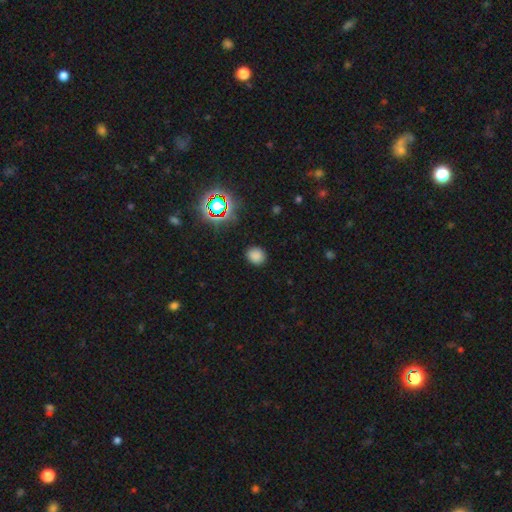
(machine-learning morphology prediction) Overall: smooth (78%). How rounded: round (69%; in between 30%). Merging: none (86%).